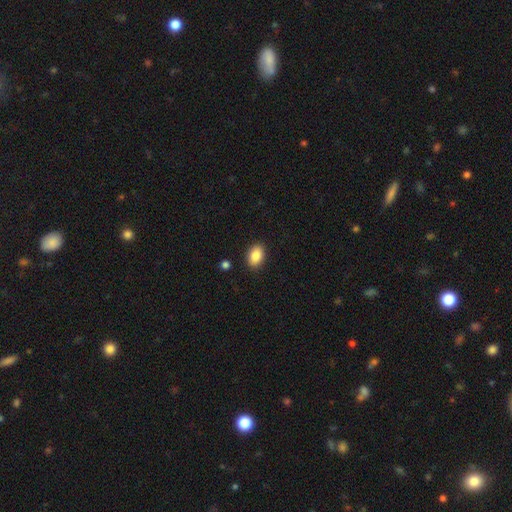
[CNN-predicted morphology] Smooth or featured? smooth (87%)
How rounded? in between (86%)
Merging? none (88%)